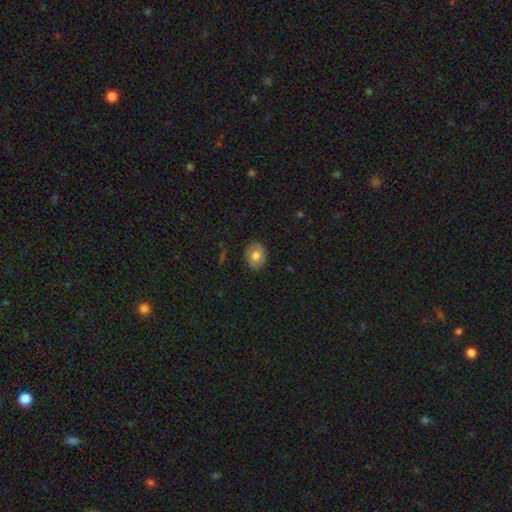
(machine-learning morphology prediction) smooth-or-featured: smooth: 74% | featured or disk: 18% | star or artifact: 8%
  how-rounded: round: 50% | in between: 49% | cigar-shaped: 1%
  merging: none: 86% | minor disturbance: 11% | major disturbance: 2% | merger: 1%